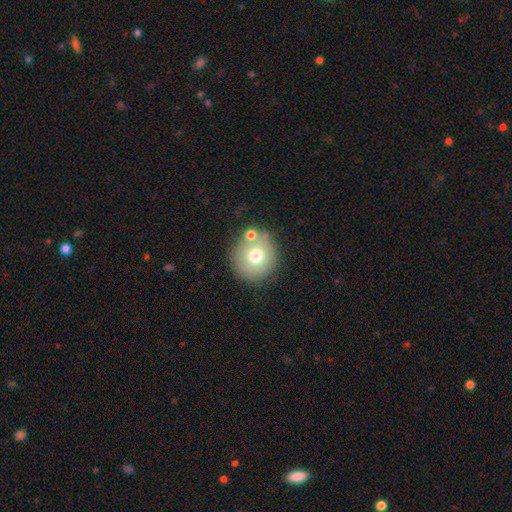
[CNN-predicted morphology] A smooth galaxy with no disk features (69%) that is round (88%).

Vote fractions:
- Smooth or featured? smooth: 69% / featured or disk: 20% / star or artifact: 11%
- How rounded? round: 88% / in between: 11% / cigar-shaped: 1%
- Merging? none: 70% / merger: 14% / minor disturbance: 12% / major disturbance: 4%